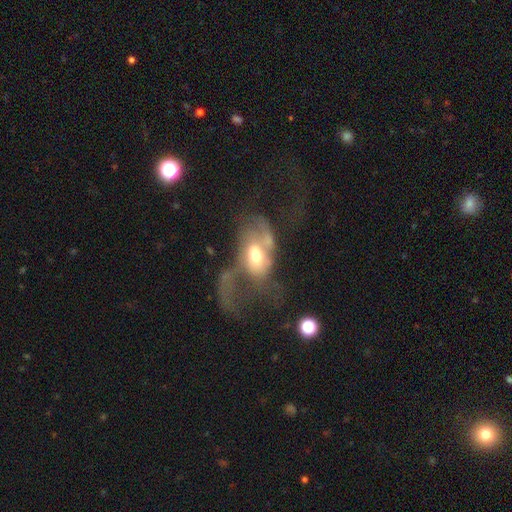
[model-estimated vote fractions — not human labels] Smooth or featured? featured or disk (52%)
Edge-on disk? no (93%)
Merging? major disturbance (66%)